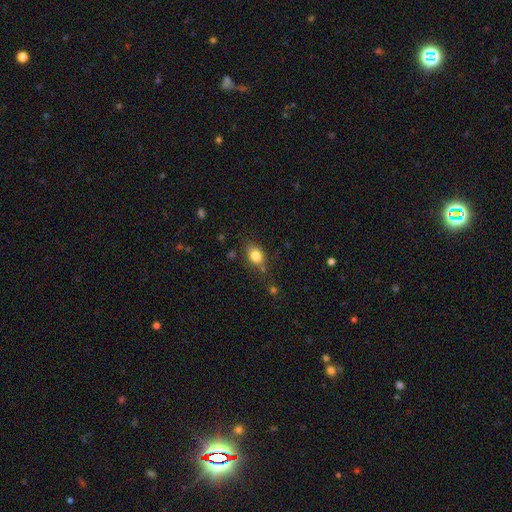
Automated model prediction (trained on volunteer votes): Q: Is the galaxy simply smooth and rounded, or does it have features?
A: smooth — 82%.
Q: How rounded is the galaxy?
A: in between — 66%.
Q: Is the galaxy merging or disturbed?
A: none — 71%.